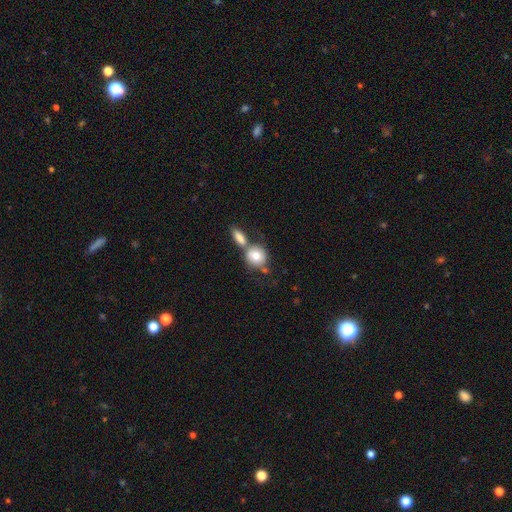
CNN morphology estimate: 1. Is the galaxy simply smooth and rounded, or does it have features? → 77% smooth, 15% featured or disk, 7% star or artifact.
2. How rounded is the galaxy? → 78% round, 20% in between, 2% cigar-shaped.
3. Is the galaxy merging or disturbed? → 43% merger, 41% none, 11% minor disturbance, 5% major disturbance.